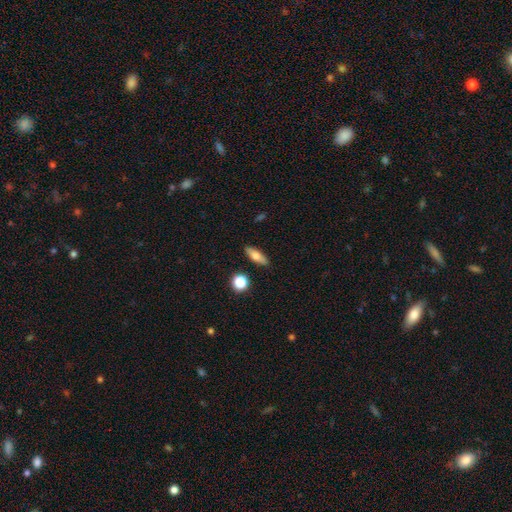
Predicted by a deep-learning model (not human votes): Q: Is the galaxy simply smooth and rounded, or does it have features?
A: smooth — 69%.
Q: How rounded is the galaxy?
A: in between — 52%.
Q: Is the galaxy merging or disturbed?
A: none — 87%.